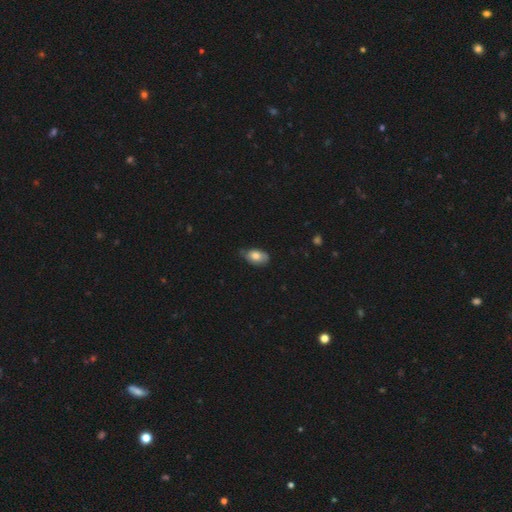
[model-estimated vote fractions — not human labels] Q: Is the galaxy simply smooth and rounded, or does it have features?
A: smooth — 76%.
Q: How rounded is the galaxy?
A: in between — 91%.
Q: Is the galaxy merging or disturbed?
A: none — 62%.